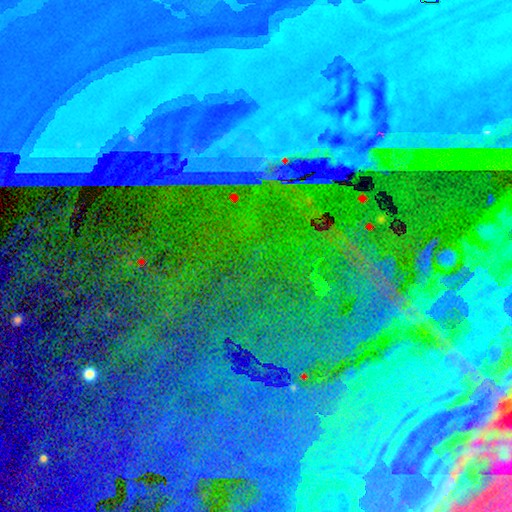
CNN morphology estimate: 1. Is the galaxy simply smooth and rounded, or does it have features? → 86% star or artifact, 8% featured or disk, 6% smooth.